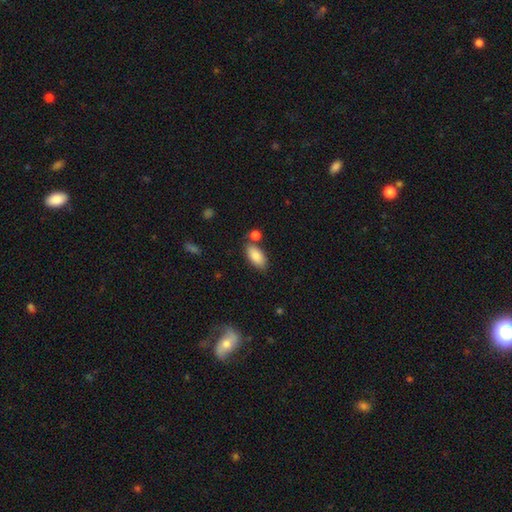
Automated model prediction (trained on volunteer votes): Smooth or featured? smooth (86%)
How rounded? in between (93%)
Merging? none (73%)